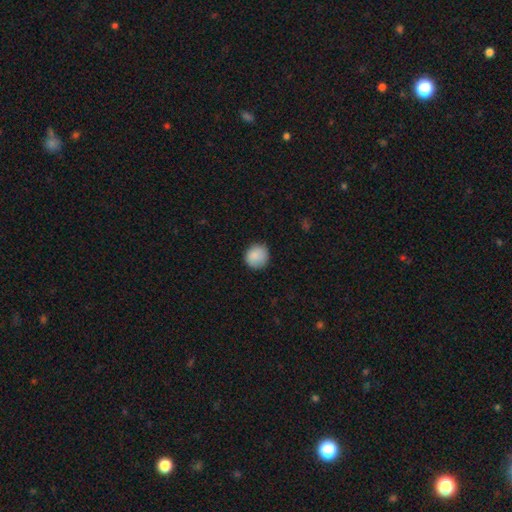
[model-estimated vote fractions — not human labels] smooth 88%, star or artifact 7%, featured or disk 5%. Down the decision tree: how rounded — round (90%); merging — none (85%).